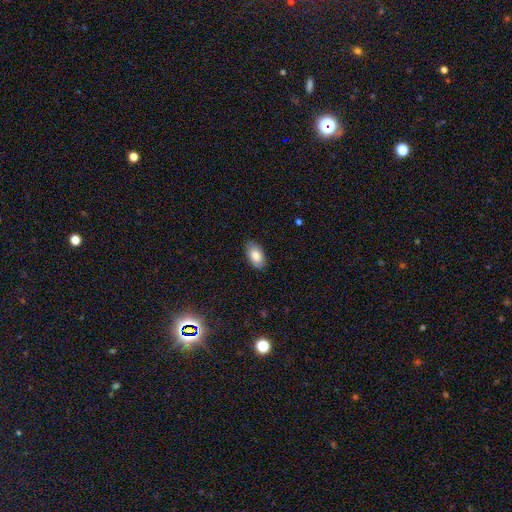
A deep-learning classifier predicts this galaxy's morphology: Smooth or featured? Predicted: smooth (p=0.82). How rounded? Predicted: in between (p=0.94). Merging? Predicted: none (p=0.87).